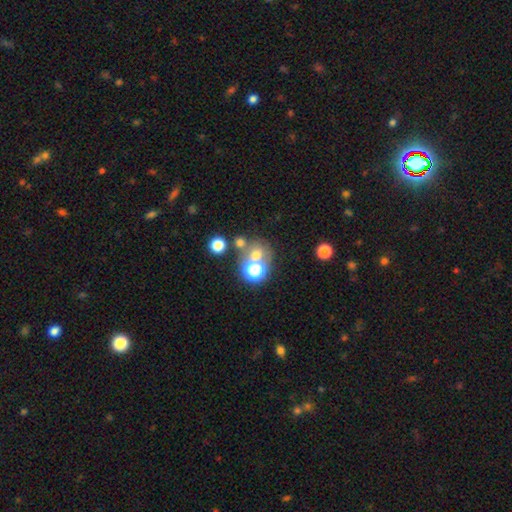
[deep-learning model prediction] A smooth galaxy with no disk features (57%) that is round (81%).

Vote fractions:
- Smooth or featured? smooth: 57% / star or artifact: 27% / featured or disk: 15%
- How rounded? round: 81% / in between: 18% / cigar-shaped: 1%
- Merging? none: 50% / merger: 35% / minor disturbance: 9% / major disturbance: 6%